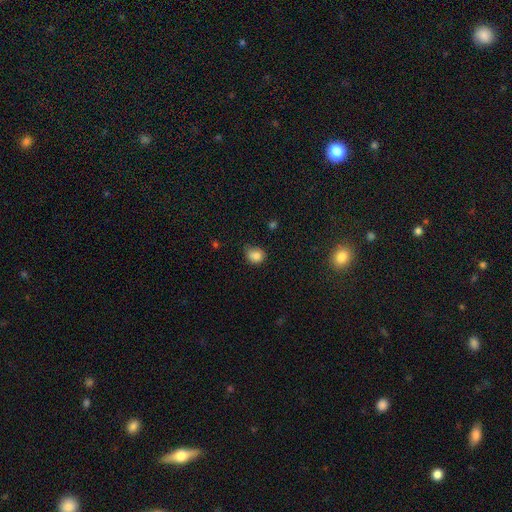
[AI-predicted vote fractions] Smooth or featured?
  - smooth: 82% *
  - star or artifact: 11%
  - featured or disk: 7%
How rounded?
  - round: 67% *
  - in between: 32%
  - cigar-shaped: 1%
Merging?
  - none: 56% *
  - minor disturbance: 32%
  - major disturbance: 7%
  - merger: 4%